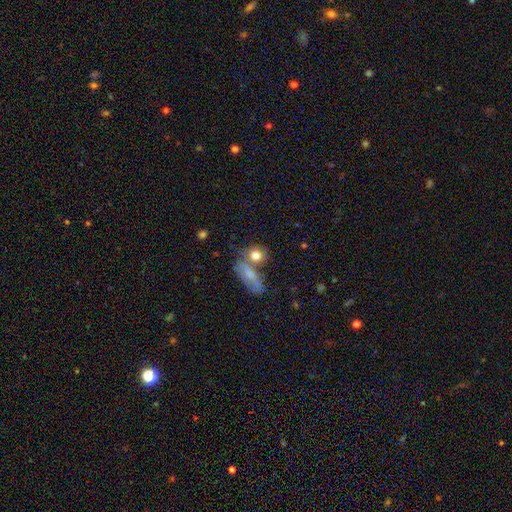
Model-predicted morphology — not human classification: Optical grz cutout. It shows a smooth galaxy with no disk features (76%) that is round (61%). Merging: none (47%).